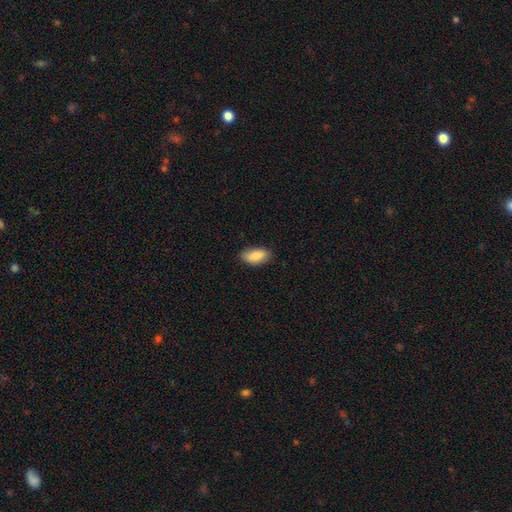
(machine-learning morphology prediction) Smooth or featured?
  - smooth: 87% *
  - star or artifact: 6%
  - featured or disk: 6%
How rounded?
  - in between: 92% *
  - cigar-shaped: 5%
  - round: 3%
Merging?
  - none: 84% *
  - minor disturbance: 12%
  - major disturbance: 2%
  - merger: 1%